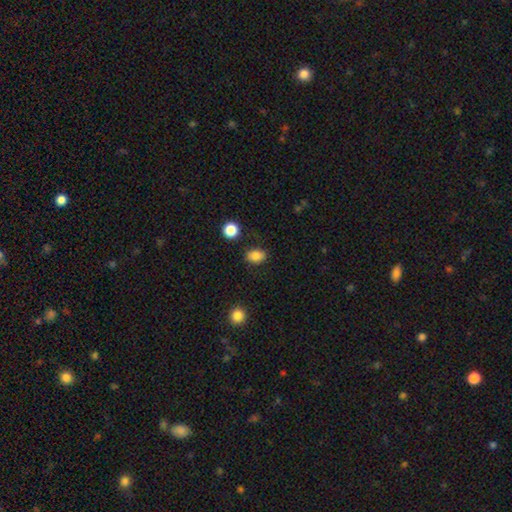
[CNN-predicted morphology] smooth-or-featured: smooth: 84% | star or artifact: 10% | featured or disk: 6%
  how-rounded: in between: 74% | round: 25% | cigar-shaped: 1%
  merging: none: 82% | minor disturbance: 12% | major disturbance: 3% | merger: 2%